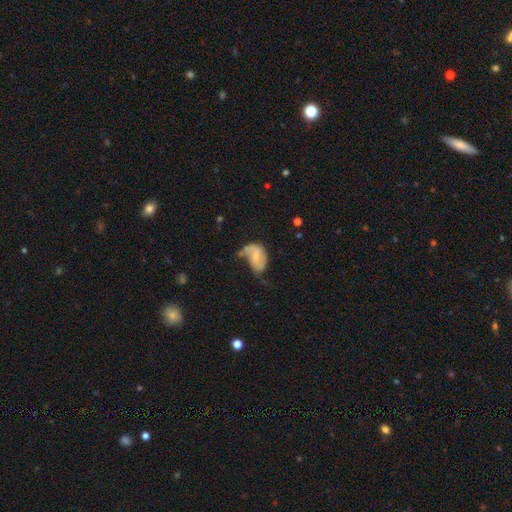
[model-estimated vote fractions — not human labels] smooth-or-featured: featured or disk: 47% | smooth: 44% | star or artifact: 8%
  merging: minor disturbance: 32% (tied) | major disturbance: 32% (tied) | none: 25% | merger: 11%